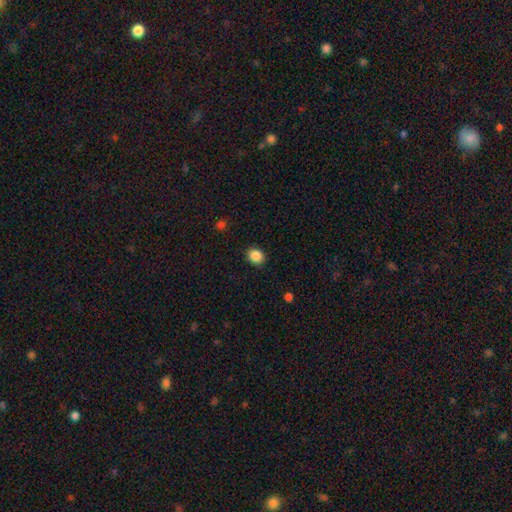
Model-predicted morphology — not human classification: Smooth or featured?
  - smooth: 88% *
  - star or artifact: 9%
  - featured or disk: 3%
How rounded?
  - round: 59% *
  - in between: 40%
  - cigar-shaped: 1%
Merging?
  - none: 89% *
  - minor disturbance: 8%
  - major disturbance: 2%
  - merger: 1%